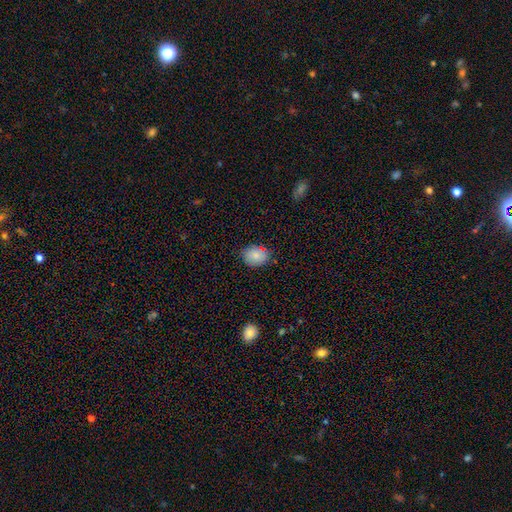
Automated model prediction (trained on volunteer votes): This is clearly a smooth galaxy (83%). How rounded: possibly in between (54%). Merging: clearly none (81%).